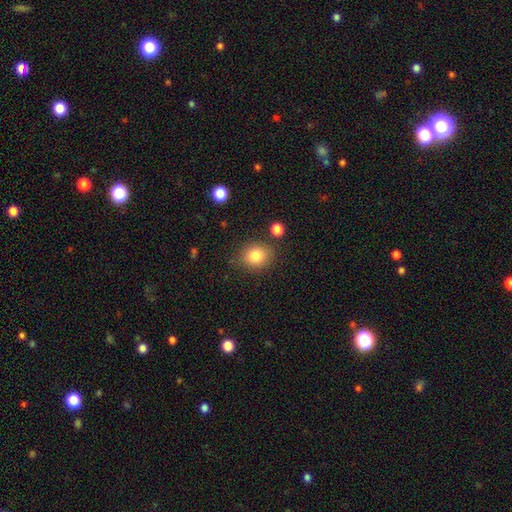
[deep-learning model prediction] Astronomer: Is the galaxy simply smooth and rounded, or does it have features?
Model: smooth — 83%.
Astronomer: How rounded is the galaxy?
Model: round — 67%.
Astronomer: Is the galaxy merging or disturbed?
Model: none — 81%.